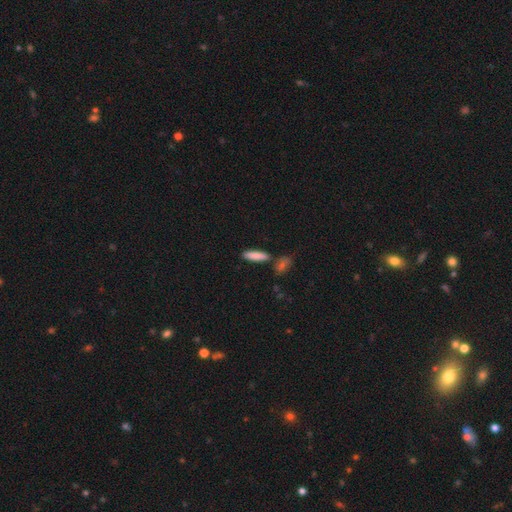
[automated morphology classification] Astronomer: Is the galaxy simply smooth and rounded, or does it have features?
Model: smooth — 84%.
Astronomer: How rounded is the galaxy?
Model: cigar-shaped — 67%.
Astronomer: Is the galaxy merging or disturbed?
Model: none — 74%.